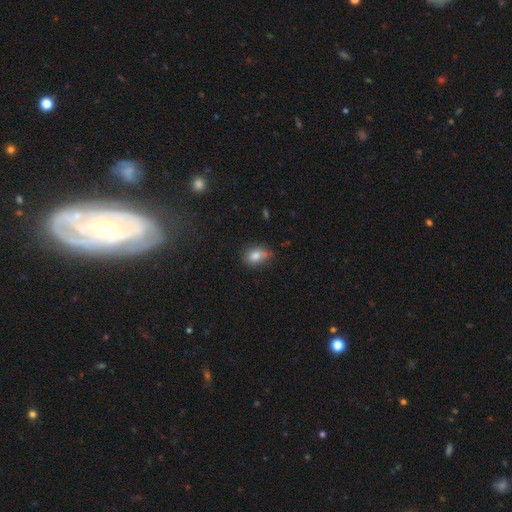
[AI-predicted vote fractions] Smooth or featured?
  - smooth: 80% *
  - star or artifact: 10%
  - featured or disk: 10%
How rounded?
  - in between: 67% *
  - round: 31%
  - cigar-shaped: 2%
Merging?
  - none: 60% *
  - minor disturbance: 31%
  - major disturbance: 6%
  - merger: 4%